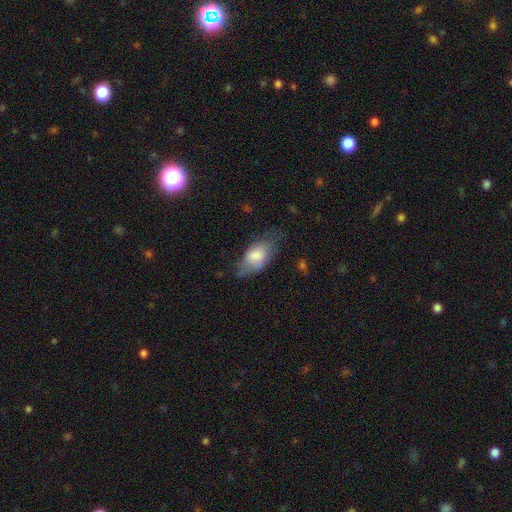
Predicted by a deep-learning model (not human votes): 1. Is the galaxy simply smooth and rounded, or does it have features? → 71% smooth, 22% featured or disk, 7% star or artifact.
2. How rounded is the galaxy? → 90% in between, 6% cigar-shaped, 4% round.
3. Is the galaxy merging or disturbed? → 49% none, 34% minor disturbance, 15% major disturbance, 2% merger.